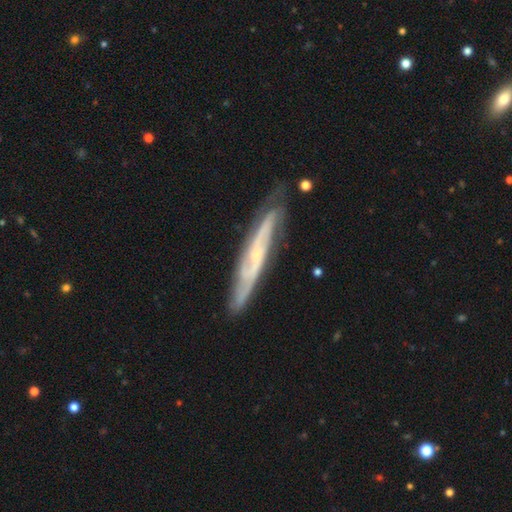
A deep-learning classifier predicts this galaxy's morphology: This appears to be a featured or disk galaxy (81%). Merging: none (75%).